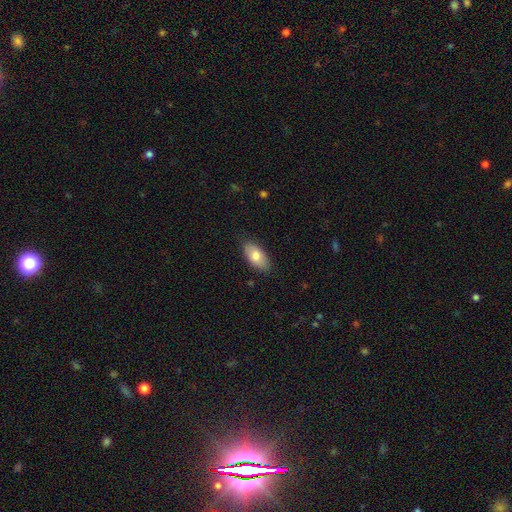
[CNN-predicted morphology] smooth_or_featured: smooth (p=0.77) [alt: featured or disk p=0.17]
how_rounded: in between (p=0.92) [alt: cigar-shaped p=0.05]
merging: none (p=0.86) [alt: minor disturbance p=0.11]